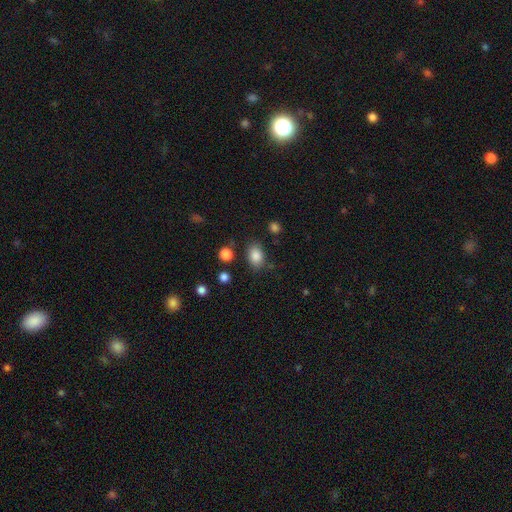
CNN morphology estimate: Smooth or featured: smooth — 85% (star or artifact — 9%)
How rounded: in between — 78% (round — 21%)
Merging: none — 79% (minor disturbance — 13%)